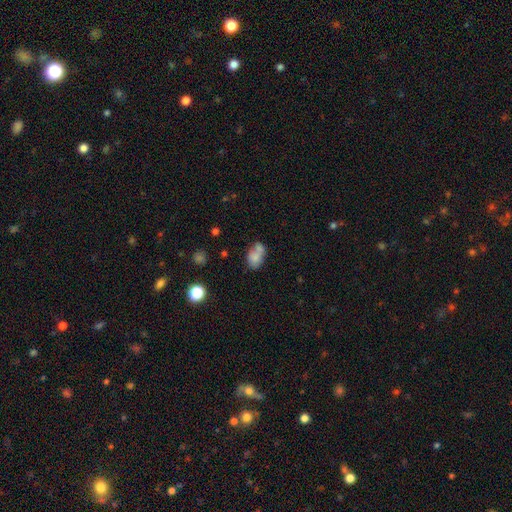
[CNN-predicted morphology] Smooth or featured?
  - smooth: 72% *
  - featured or disk: 17%
  - star or artifact: 11%
How rounded?
  - in between: 76% *
  - round: 23%
  - cigar-shaped: 1%
Merging?
  - merger: 38% *
  - none: 35%
  - minor disturbance: 18%
  - major disturbance: 9%